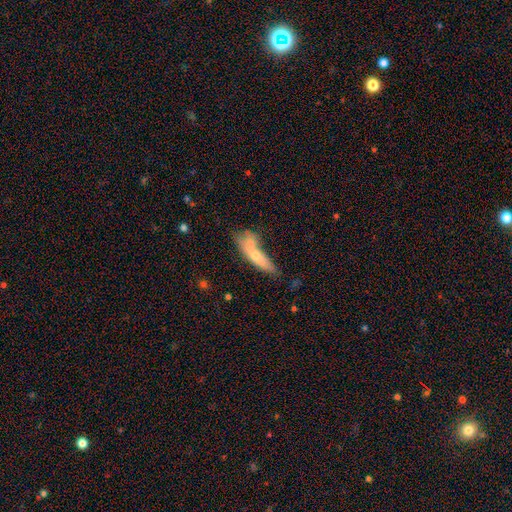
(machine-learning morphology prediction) The model was most divided on "merging": none: 38%, merger: 37%, minor disturbance: 17%, major disturbance: 8%. More confident: how rounded — cigar-shaped (64%); smooth or featured — smooth (62%).